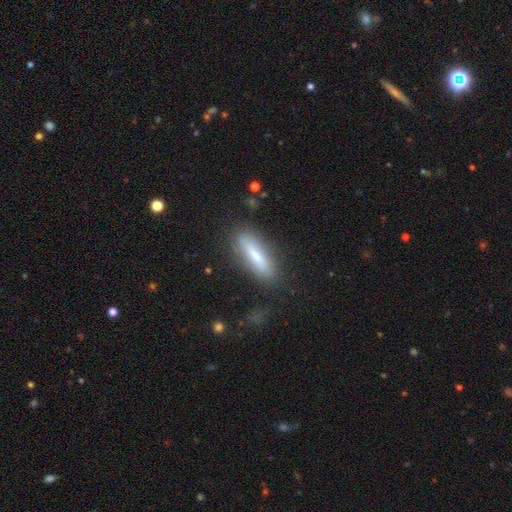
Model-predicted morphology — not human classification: smooth_or_featured: smooth (p=0.62) [alt: featured or disk p=0.31]
how_rounded: cigar-shaped (p=0.63) [alt: in between p=0.35]
merging: none (p=0.80) [alt: minor disturbance p=0.14]